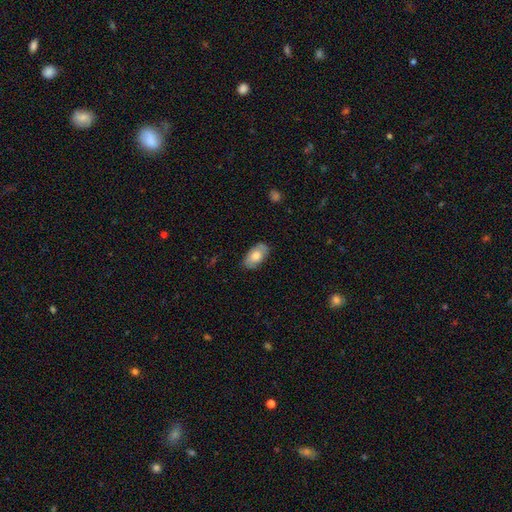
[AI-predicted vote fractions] Smooth or featured? Predicted: smooth (p=0.71). How rounded? Predicted: in between (p=0.94). Merging? Predicted: none (p=0.79).